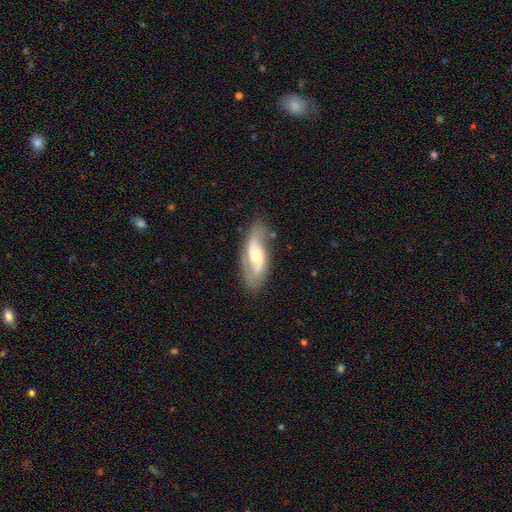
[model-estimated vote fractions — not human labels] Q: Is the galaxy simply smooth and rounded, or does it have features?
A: featured or disk — 70%.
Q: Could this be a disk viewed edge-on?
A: no — 88%.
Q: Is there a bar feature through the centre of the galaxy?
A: no — 49%.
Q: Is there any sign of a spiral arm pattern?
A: yes — 80%.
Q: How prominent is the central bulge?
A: moderate — 62%.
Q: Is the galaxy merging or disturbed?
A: none — 75%.